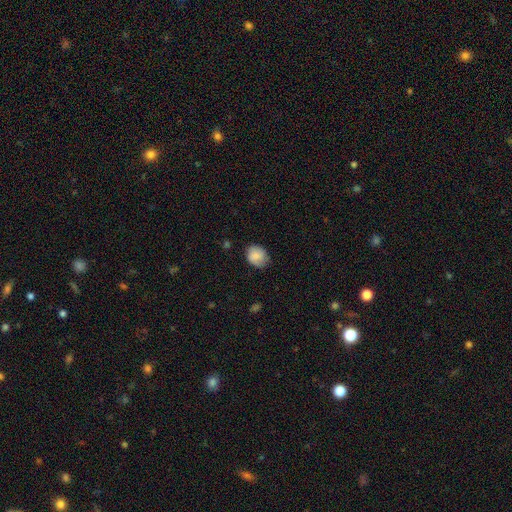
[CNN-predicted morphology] A smooth galaxy with no disk features (80%) that is round (56%). Merging: none (70%).